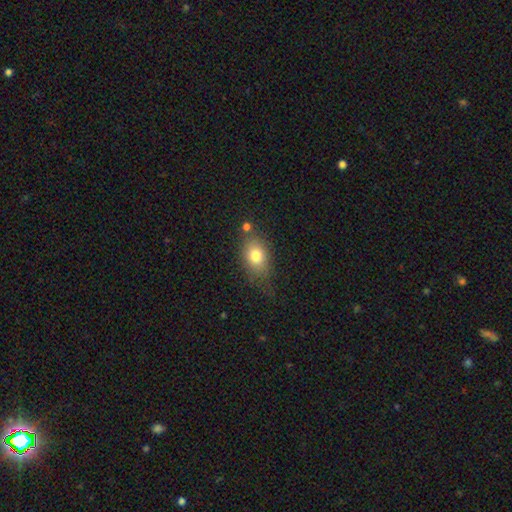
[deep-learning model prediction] Smooth or featured: smooth — 77% (featured or disk — 13%)
How rounded: in between — 72% (round — 25%)
Merging: none — 61% (minor disturbance — 22%)